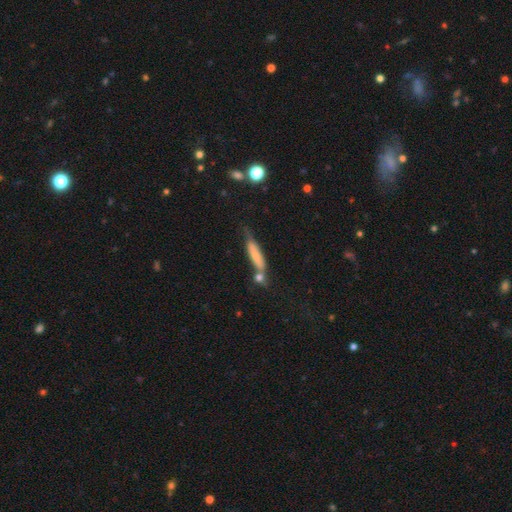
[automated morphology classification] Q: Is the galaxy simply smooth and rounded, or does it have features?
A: smooth — 63%.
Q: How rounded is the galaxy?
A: cigar-shaped — 80%.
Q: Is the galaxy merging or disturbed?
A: none — 43%.